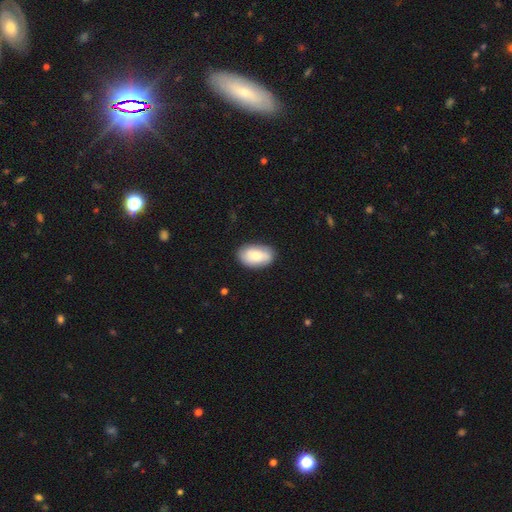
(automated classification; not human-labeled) smooth 74%, featured or disk 19%, star or artifact 6%. Down the decision tree: how rounded — in between (93%); merging — none (81%).